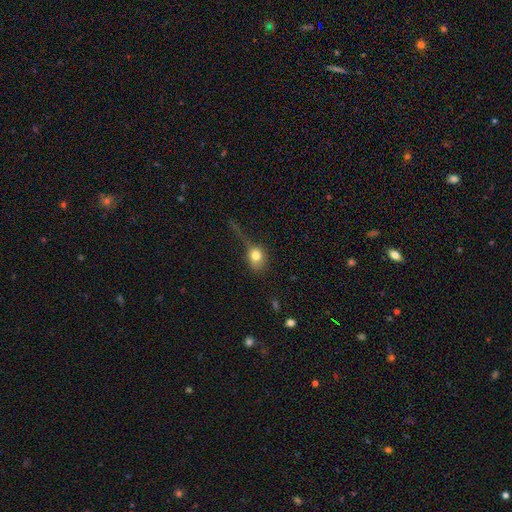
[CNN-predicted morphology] A smooth galaxy with no disk features (78%) that is round (52%). Merging: major disturbance (36%).